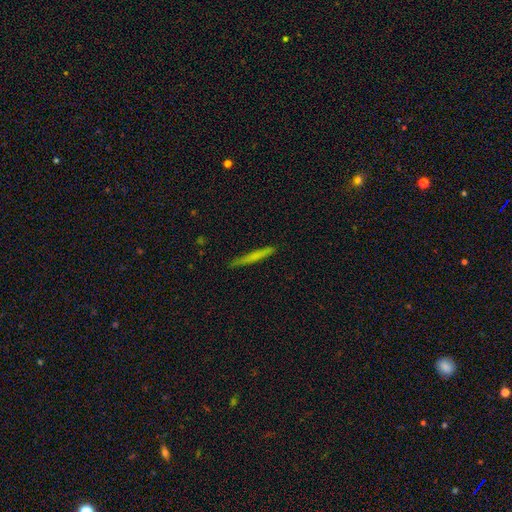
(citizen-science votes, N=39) smooth_or_featured: smooth (p=0.59) [alt: featured or disk p=0.36]
how_rounded: cigar-shaped (p=1.00)
merging: none (p=0.95) [alt: minor disturbance p=0.05]